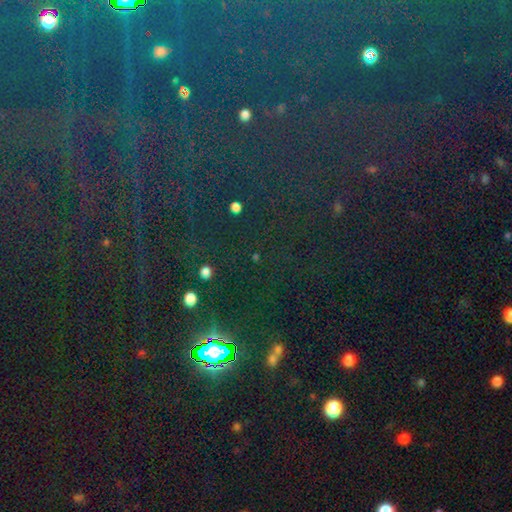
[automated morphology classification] Smooth or featured?
  - star or artifact: 80% *
  - smooth: 12%
  - featured or disk: 8%